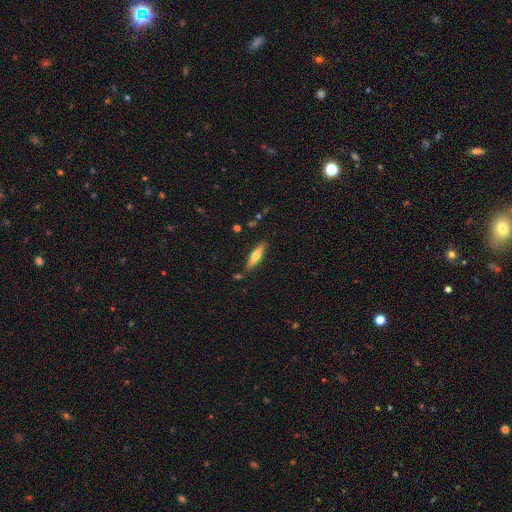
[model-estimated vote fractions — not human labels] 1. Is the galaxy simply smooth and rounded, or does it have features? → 63% smooth, 31% featured or disk, 6% star or artifact.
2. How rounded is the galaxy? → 72% cigar-shaped, 27% in between, 2% round.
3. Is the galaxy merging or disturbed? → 82% none, 12% minor disturbance, 3% merger, 2% major disturbance.